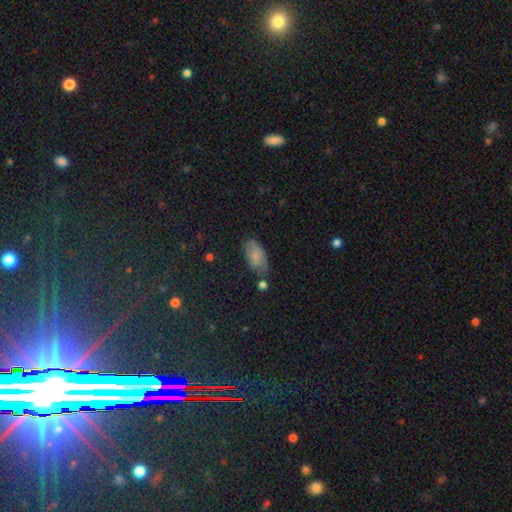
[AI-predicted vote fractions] smooth_or_featured: smooth (p=0.69) [alt: featured or disk p=0.19]
how_rounded: in between (p=0.92) [alt: cigar-shaped p=0.05]
merging: none (p=0.69) [alt: minor disturbance p=0.21]